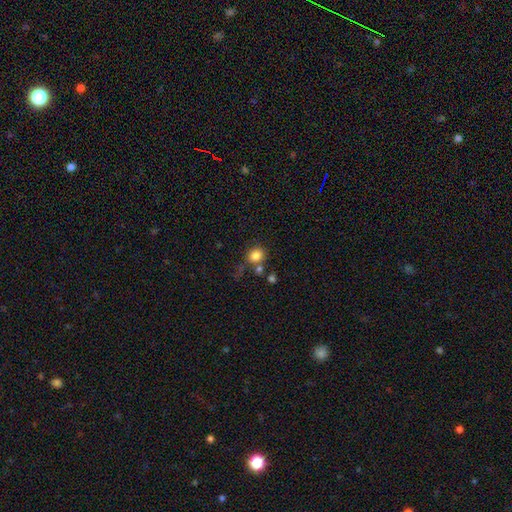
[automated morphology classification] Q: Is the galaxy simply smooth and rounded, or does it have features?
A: smooth — 83%.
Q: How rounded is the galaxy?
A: round — 69%.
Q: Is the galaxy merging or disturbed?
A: none — 63%.